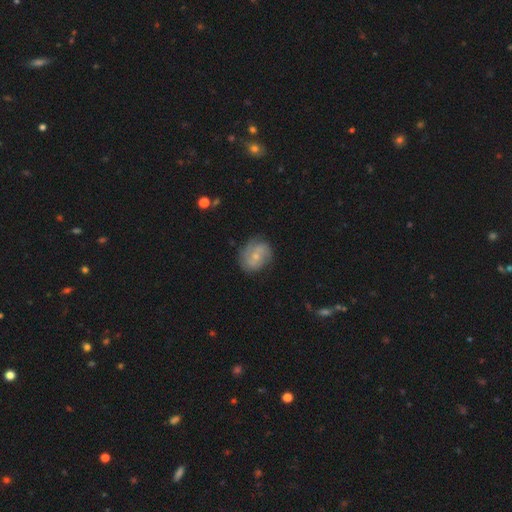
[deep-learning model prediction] Smooth or featured? featured or disk (62%)
Edge-on disk? no (97%)
Bar? no (60%)
Spiral arms? yes (87%)
Spiral winding? medium (41%, tied with tight)
Spiral arm count? 2 (46%)
Bulge size? small (64%)
Merging? none (71%)